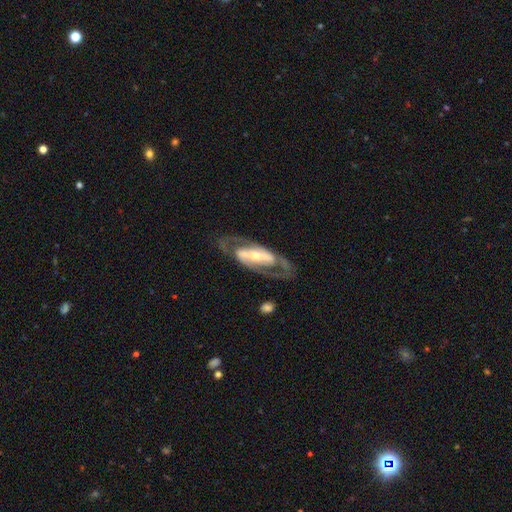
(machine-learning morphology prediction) Smooth or featured? Predicted: featured or disk (p=0.83). Edge-on disk? Predicted: no (p=0.89). Bar? Predicted: strong (p=0.63). Spiral arms? Predicted: yes (p=0.75). Spiral winding? Predicted: medium (p=0.48). Spiral arm count? Predicted: 2 (p=0.84). Bulge size? Predicted: moderate (p=0.45). Merging? Predicted: none (p=0.70).